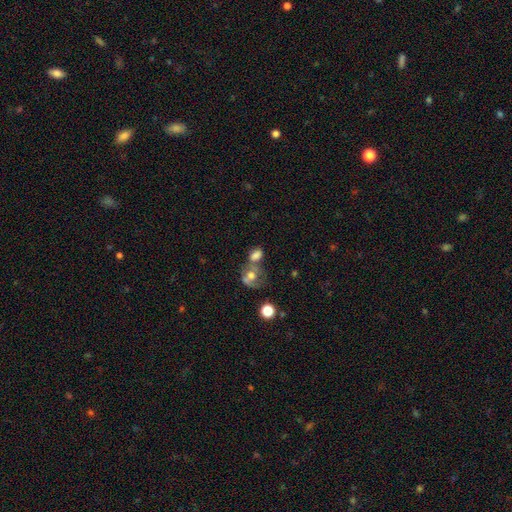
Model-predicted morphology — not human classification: Smooth or featured? smooth (68%)
How rounded? in between (69%)
Merging? merger (53%)